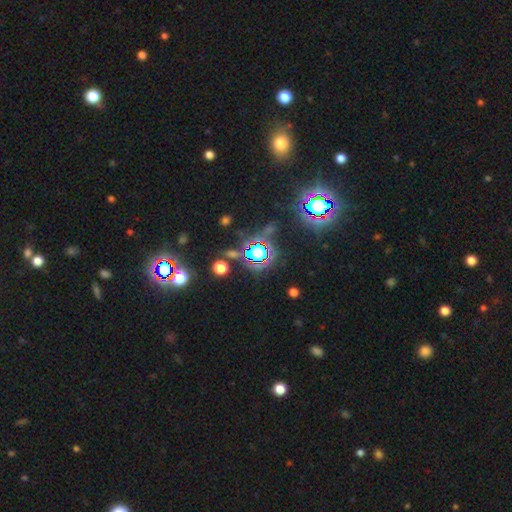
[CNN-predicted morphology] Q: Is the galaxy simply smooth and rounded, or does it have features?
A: star or artifact — 79%.